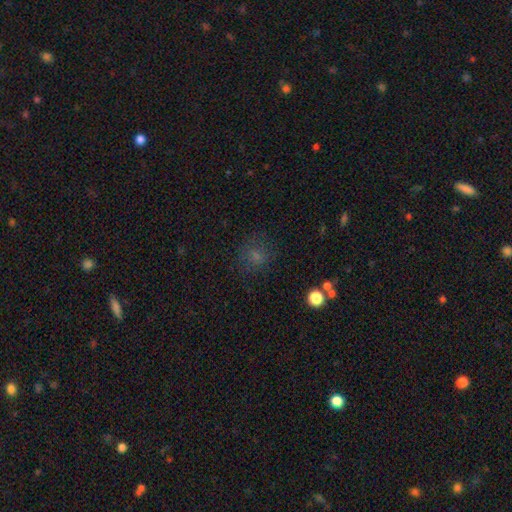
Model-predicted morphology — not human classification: Q: Smooth or featured?
A: smooth (67%); runner-up: star or artifact (22%)
Q: How rounded?
A: round (81%); runner-up: in between (18%)
Q: Merging?
A: none (76%); runner-up: minor disturbance (14%)